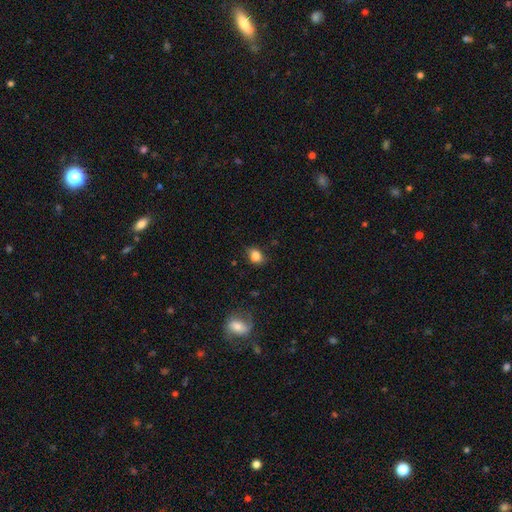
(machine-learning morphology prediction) Smooth or featured? smooth (84%)
How rounded? in between (59%)
Merging? none (76%)